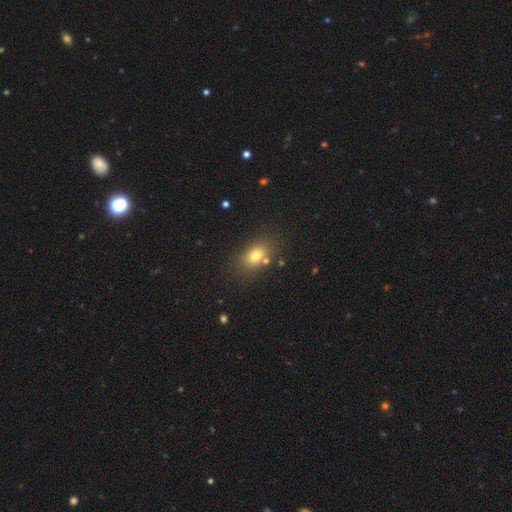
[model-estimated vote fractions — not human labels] This is likely a smooth galaxy (76%). How rounded: likely in between (78%). Merging: likely none (74%).